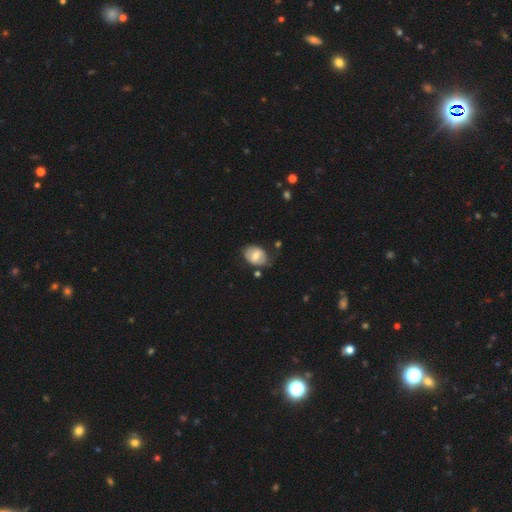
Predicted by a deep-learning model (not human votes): This appears to be a smooth galaxy with no disk features (56%) that is in between round and cigar-shaped (68%). Merging: none (64%).